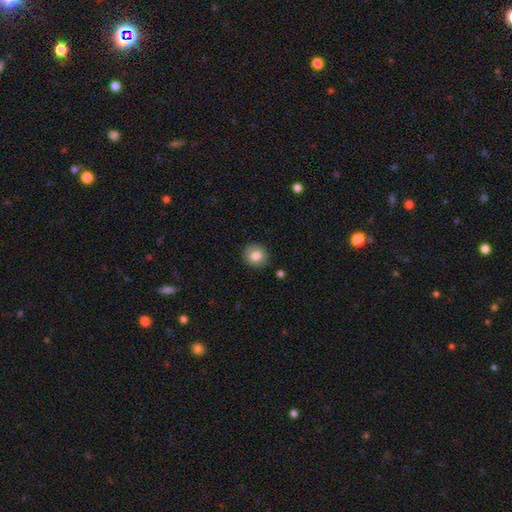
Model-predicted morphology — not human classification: This is clearly a smooth galaxy (82%). How rounded: clearly round (83%). Merging: clearly none (89%).